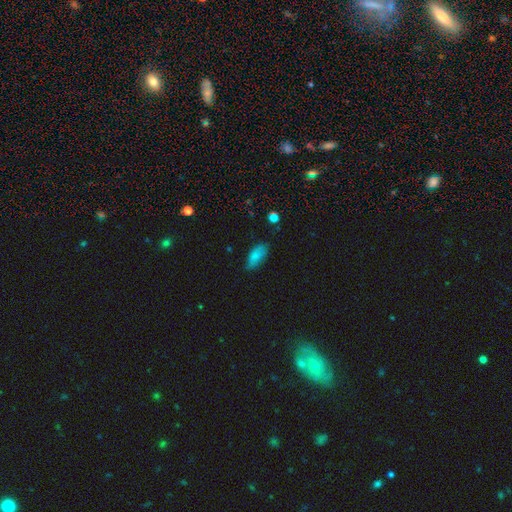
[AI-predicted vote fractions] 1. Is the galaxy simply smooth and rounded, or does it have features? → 82% smooth, 10% featured or disk, 8% star or artifact.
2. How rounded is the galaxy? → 86% in between, 12% cigar-shaped, 3% round.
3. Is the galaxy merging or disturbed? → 74% none, 21% minor disturbance, 4% major disturbance, 2% merger.